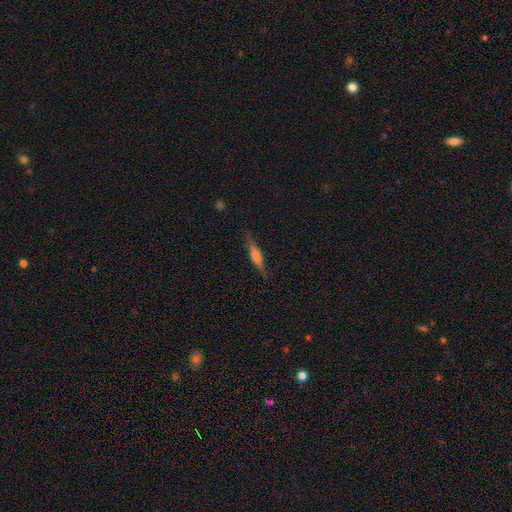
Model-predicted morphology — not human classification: type=smooth (48%); merging=none (79%).